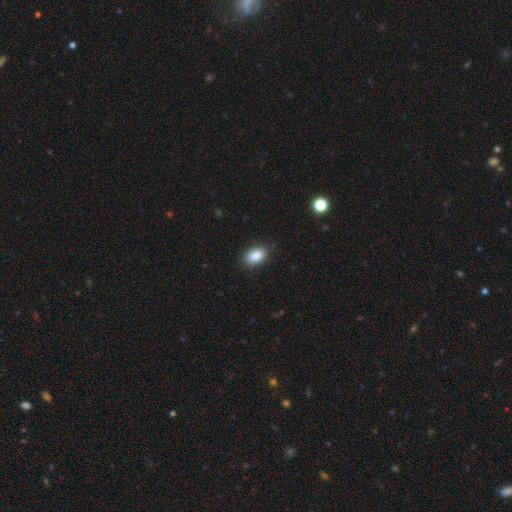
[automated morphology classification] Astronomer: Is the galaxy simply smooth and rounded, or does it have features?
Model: smooth — 87%.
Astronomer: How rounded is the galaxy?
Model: in between — 85%.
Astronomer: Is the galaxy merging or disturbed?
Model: none — 87%.